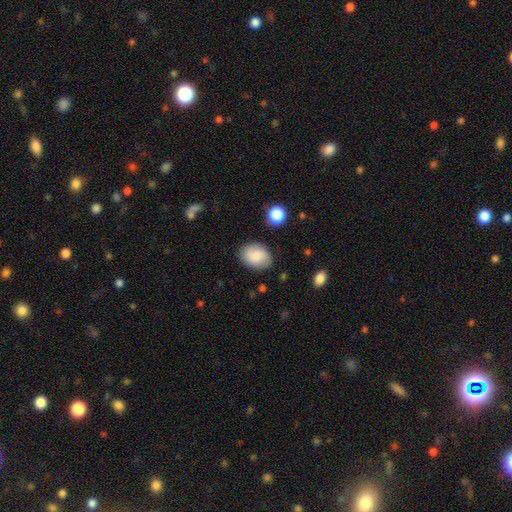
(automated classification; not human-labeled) smooth 79%, featured or disk 13%, star or artifact 8%. Down the decision tree: how rounded — in between (72%); merging — none (81%).